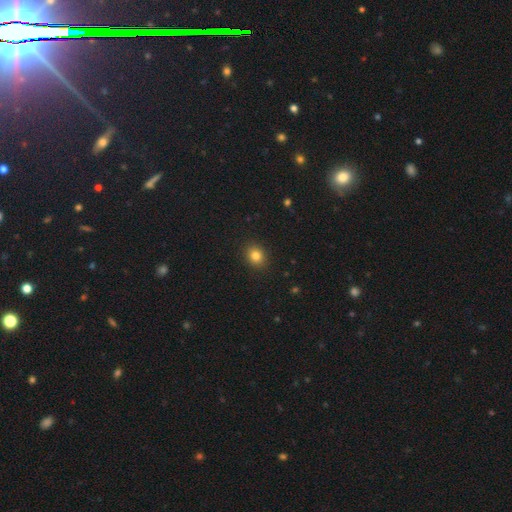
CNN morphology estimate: smooth-or-featured: smooth: 82% | star or artifact: 12% | featured or disk: 6%
  how-rounded: round: 63% | in between: 36% | cigar-shaped: 1%
  merging: none: 90% | minor disturbance: 7% | major disturbance: 2% | merger: 1%